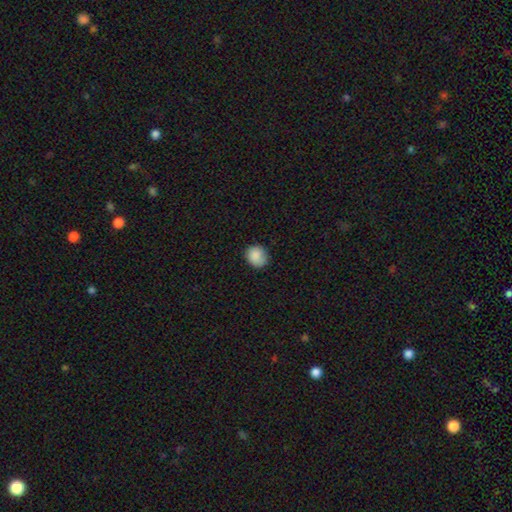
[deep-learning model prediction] Smooth or featured?
  - smooth: 88% *
  - star or artifact: 8%
  - featured or disk: 5%
How rounded?
  - round: 76% *
  - in between: 23%
  - cigar-shaped: 1%
Merging?
  - none: 79% *
  - minor disturbance: 17%
  - major disturbance: 3%
  - merger: 1%